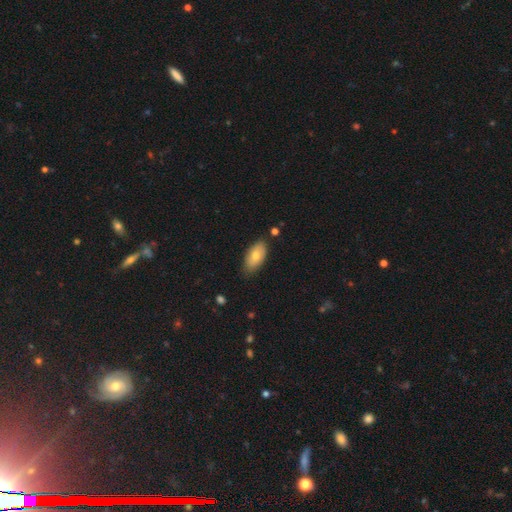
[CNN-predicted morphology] This appears to be a smooth galaxy with no disk features (77%) that is in between round and cigar-shaped (92%). Merging: none (77%).